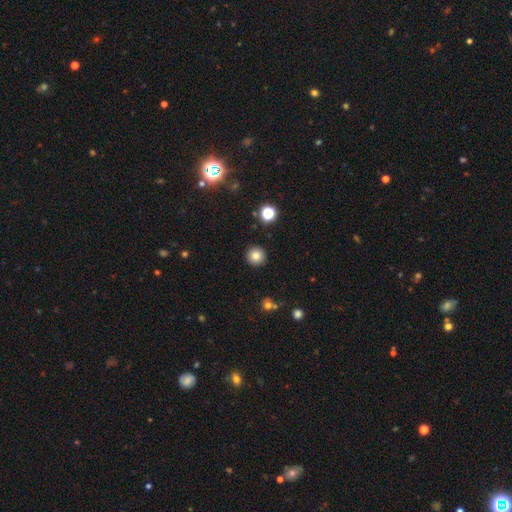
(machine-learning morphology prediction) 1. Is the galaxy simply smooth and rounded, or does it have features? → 82% smooth, 12% star or artifact, 7% featured or disk.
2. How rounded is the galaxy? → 96% round, 3% in between, 1% cigar-shaped.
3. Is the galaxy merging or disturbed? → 92% none, 5% minor disturbance, 2% major disturbance, 1% merger.